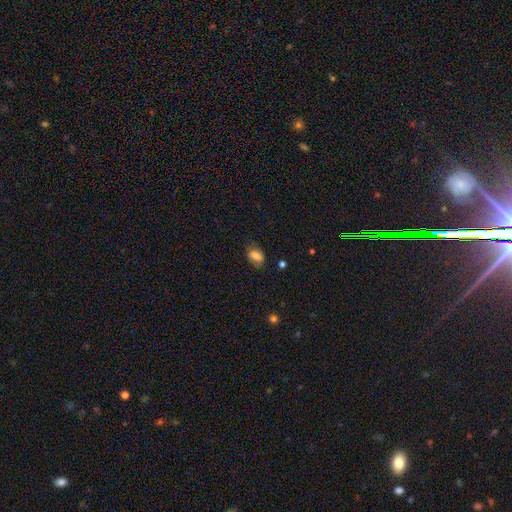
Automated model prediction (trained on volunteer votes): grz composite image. It shows a smooth galaxy with no disk features (77%) that is in between round and cigar-shaped (76%). Merging: none (66%).